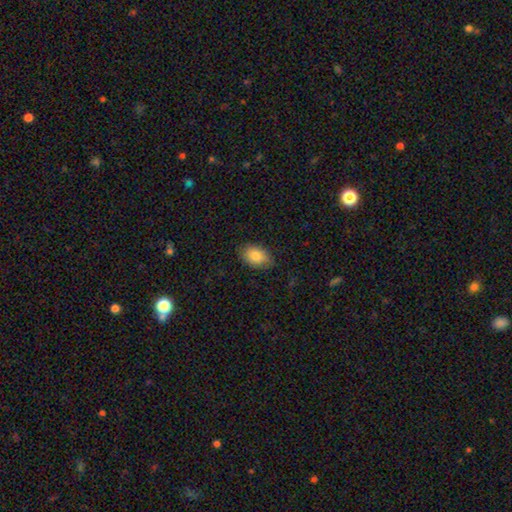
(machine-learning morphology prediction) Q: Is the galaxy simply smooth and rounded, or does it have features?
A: smooth — 83%.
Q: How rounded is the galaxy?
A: in between — 89%.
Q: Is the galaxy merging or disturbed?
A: none — 81%.